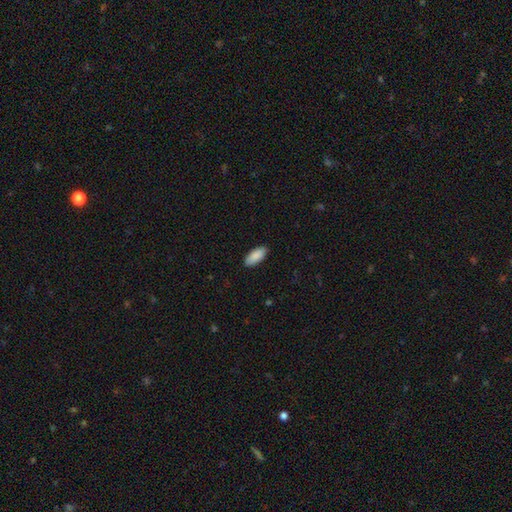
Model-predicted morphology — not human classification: smooth 90%, star or artifact 6%, featured or disk 4%. Down the decision tree: how rounded — in between (86%); merging — none (89%).